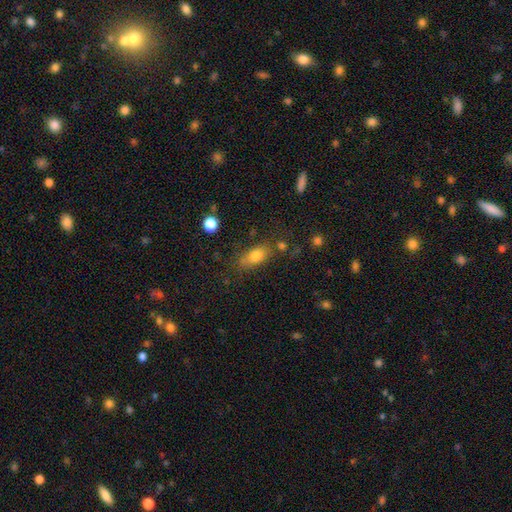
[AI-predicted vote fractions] This is likely a smooth galaxy (78%). How rounded: likely in between (79%). Merging: likely none (64%).